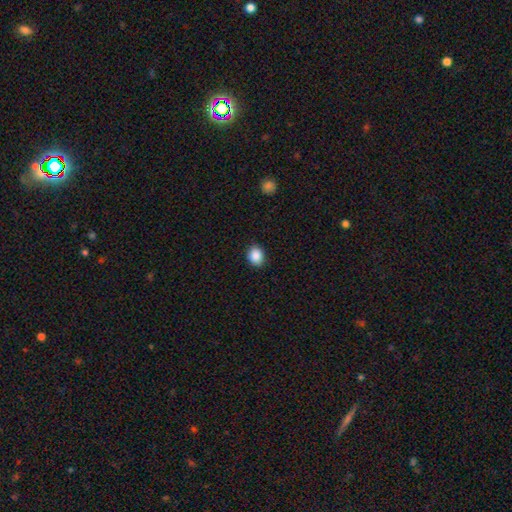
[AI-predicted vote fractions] smooth-or-featured: smooth: 88% | star or artifact: 9% | featured or disk: 3%
  how-rounded: round: 56% | in between: 43% | cigar-shaped: 1%
  merging: none: 89% | minor disturbance: 8% | major disturbance: 2% | merger: 1%